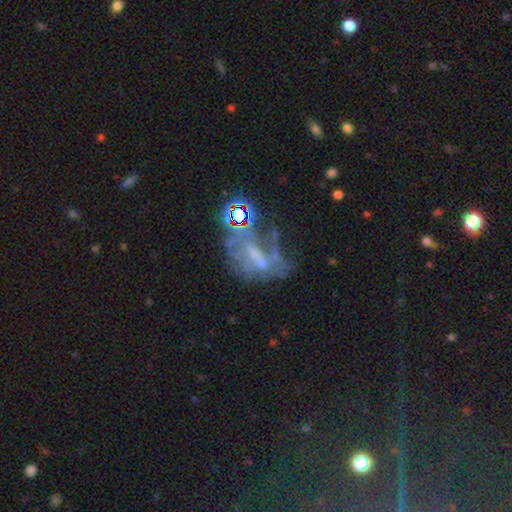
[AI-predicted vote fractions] smooth-or-featured: featured or disk: 56% | star or artifact: 27% | smooth: 17%
  disk-edge-on: no: 95% | yes: 5%
    bar: no: 52% | weak: 29% | strong: 19%
    has-spiral-arms: no: 66% | yes: 34%
    bulge-size: none: 45% | small: 33% | moderate: 18% | large: 3% | dominant: 1%
  merging: major disturbance: 39% | none: 29% | minor disturbance: 17% | merger: 16%